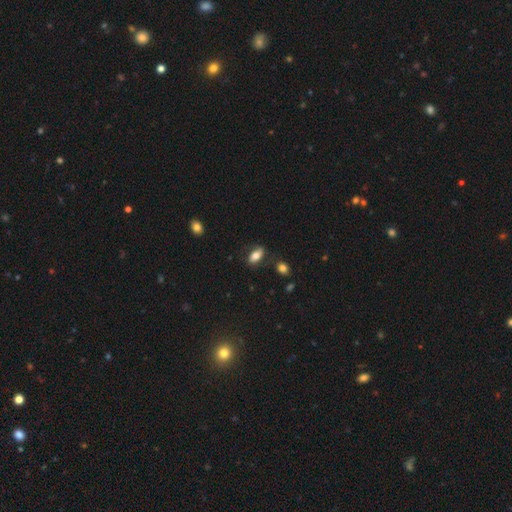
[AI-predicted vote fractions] The model was most divided on "smooth or featured": smooth: 73%, featured or disk: 19%, star or artifact: 8%. More confident: how rounded — in between (85%); merging — none (76%).